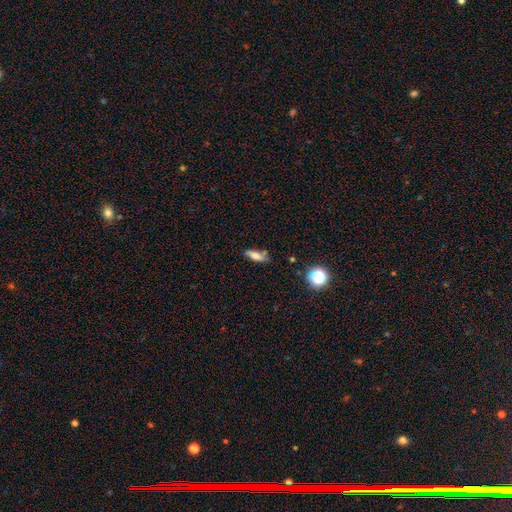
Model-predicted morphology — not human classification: This is likely a smooth galaxy (69%). How rounded: possibly in between (55%). Merging: likely none (66%).